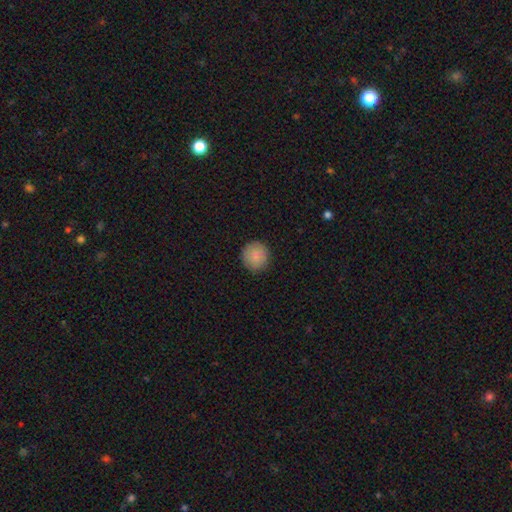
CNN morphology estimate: Smooth or featured? smooth (87%)
How rounded? round (92%)
Merging? none (89%)